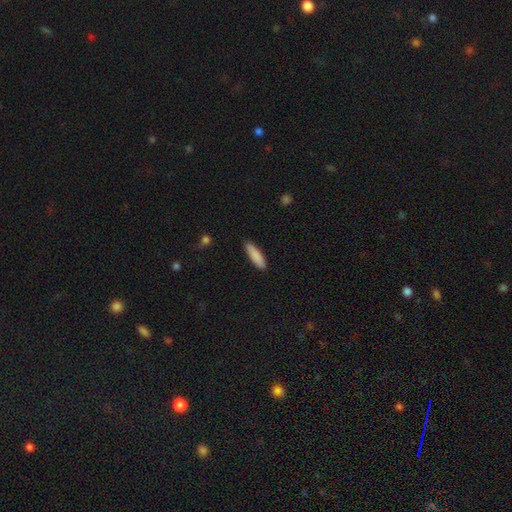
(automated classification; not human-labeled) This is clearly a smooth galaxy (88%). How rounded: likely cigar-shaped (68%). Merging: clearly none (88%).